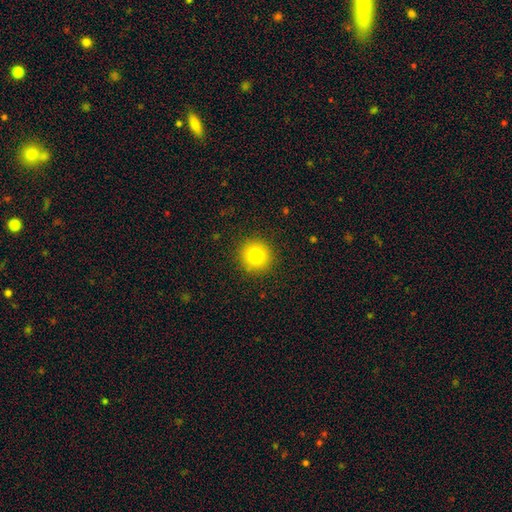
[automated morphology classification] Q: Smooth or featured?
A: smooth (80%); runner-up: star or artifact (12%)
Q: How rounded?
A: round (94%); runner-up: in between (5%)
Q: Merging?
A: none (91%); runner-up: minor disturbance (6%)